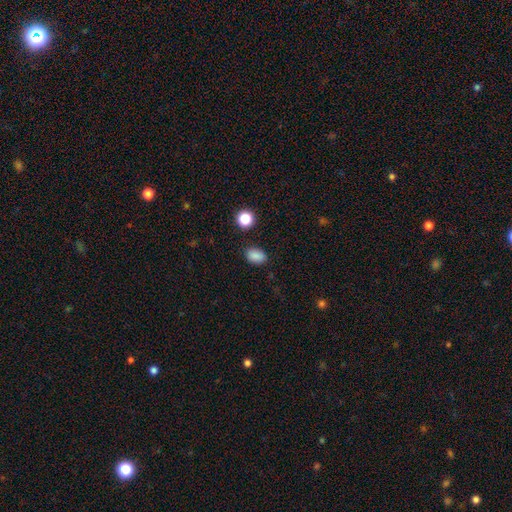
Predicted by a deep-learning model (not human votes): smooth-or-featured: smooth: 86% | star or artifact: 11% | featured or disk: 4%
  how-rounded: in between: 78% | round: 21% | cigar-shaped: 1%
  merging: none: 85% | minor disturbance: 11% | major disturbance: 3% | merger: 2%